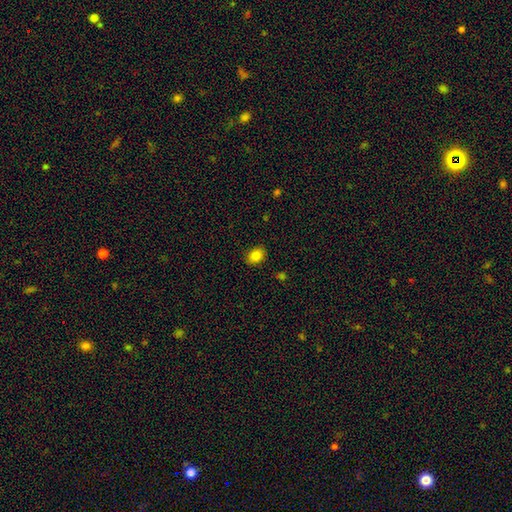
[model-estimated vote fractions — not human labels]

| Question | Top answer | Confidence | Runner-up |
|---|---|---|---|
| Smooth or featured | smooth | 84% | star or artifact (10%) |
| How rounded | in between | 68% | round (31%) |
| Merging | none | 87% | minor disturbance (10%) |